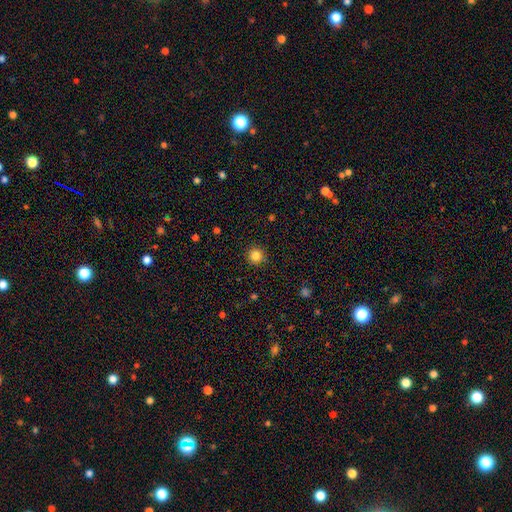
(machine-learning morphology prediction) This is clearly a smooth galaxy (84%). How rounded: clearly round (95%). Merging: clearly none (91%).